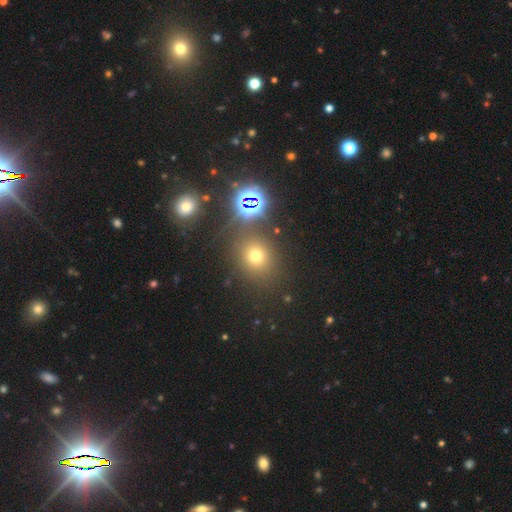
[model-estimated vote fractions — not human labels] A smooth galaxy with no disk features (61%) that is round (78%).

Vote fractions:
- Smooth or featured? smooth: 61% / star or artifact: 30% / featured or disk: 9%
- How rounded? round: 78% / in between: 21% / cigar-shaped: 1%
- Merging? none: 80% / minor disturbance: 9% / merger: 7% / major disturbance: 5%